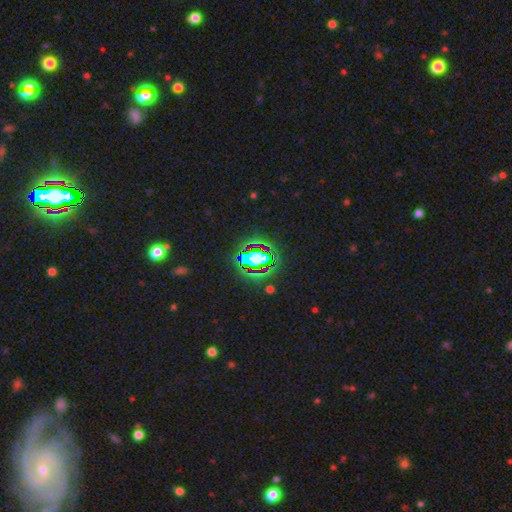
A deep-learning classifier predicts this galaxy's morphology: type=star or artifact (60%).